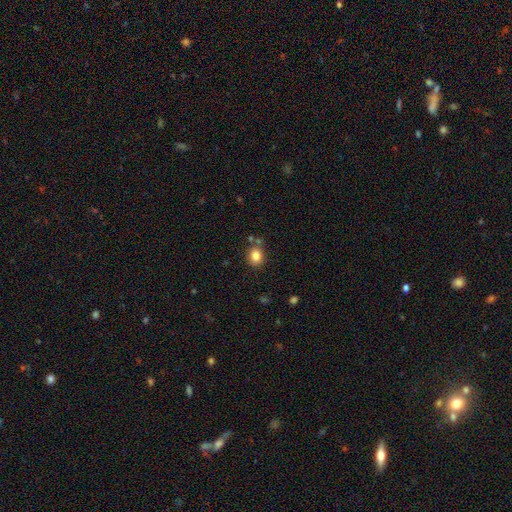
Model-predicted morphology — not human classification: Smooth or featured? Predicted: smooth (p=0.83). How rounded? Predicted: round (p=0.60). Merging? Predicted: none (p=0.74).